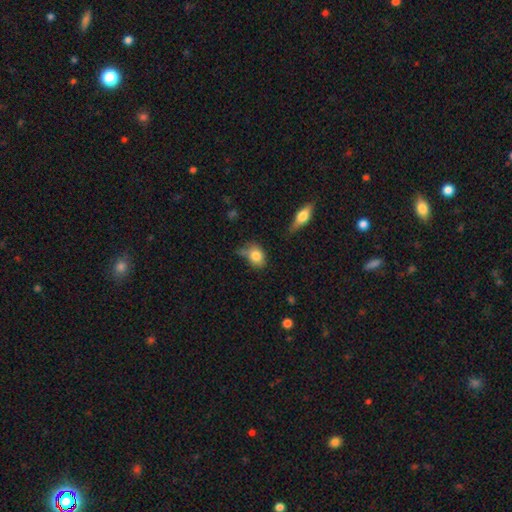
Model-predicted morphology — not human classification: This appears to be a smooth galaxy with no disk features (80%) that is in between round and cigar-shaped (63%). Merging: none (48%).